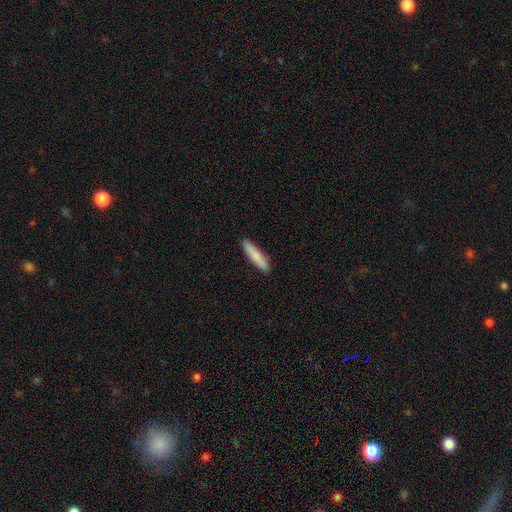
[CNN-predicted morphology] smooth_or_featured: smooth (p=0.84) [alt: featured or disk p=0.11]
how_rounded: cigar-shaped (p=0.84) [alt: in between p=0.15]
merging: none (p=0.91) [alt: minor disturbance p=0.07]